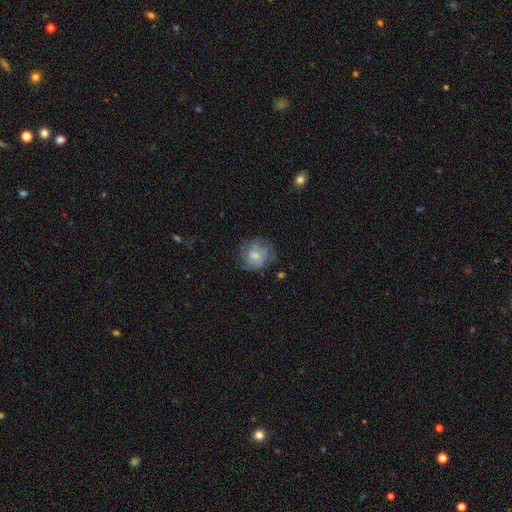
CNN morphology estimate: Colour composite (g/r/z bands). It shows a smooth galaxy with no disk features (50%). Merging: none (66%).